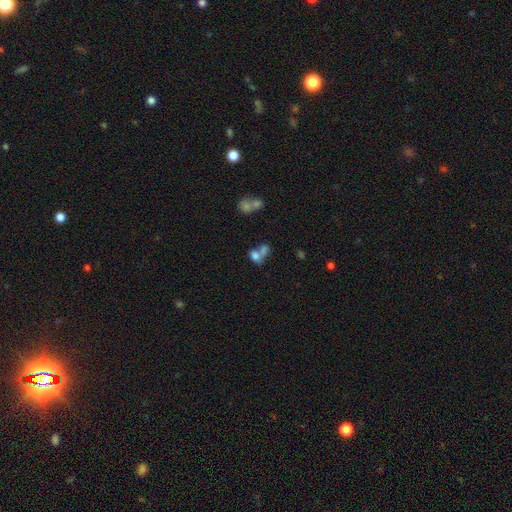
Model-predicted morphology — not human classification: The model was most divided on "smooth or featured": smooth: 41%, star or artifact: 38%, featured or disk: 21%. More confident: merging — none (54%).